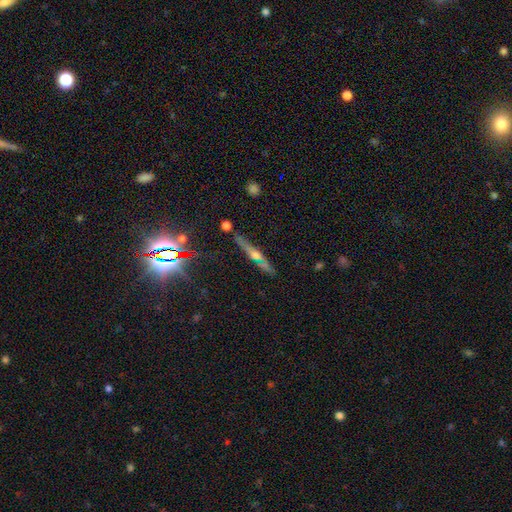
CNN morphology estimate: featured or disk 59%, smooth 25%, star or artifact 16%. Down the decision tree: edge-on disk — yes (93%); edge-on bulge — rounded (81%); merging — none (77%).